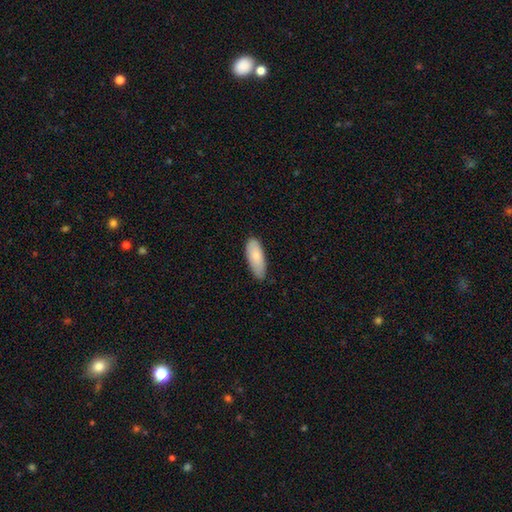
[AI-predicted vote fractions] A smooth galaxy with no disk features (81%) that is in between round and cigar-shaped (76%). Merging: none (74%).